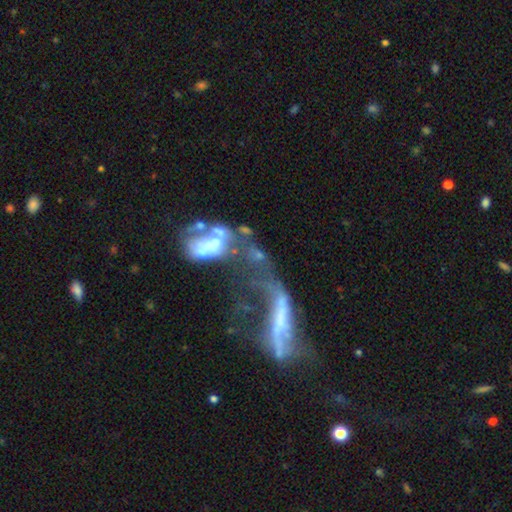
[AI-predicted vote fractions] smooth_or_featured: featured or disk (p=0.56) [alt: smooth p=0.30]
disk_edge_on: no (p=0.90) [alt: yes p=0.10]
bar: no (p=0.74) [alt: strong p=0.13]
has_spiral_arms: no (p=0.78) [alt: yes p=0.22]
bulge_size: none (p=0.47) [alt: moderate p=0.19]
merging: merger (p=0.57) [alt: major disturbance p=0.28]